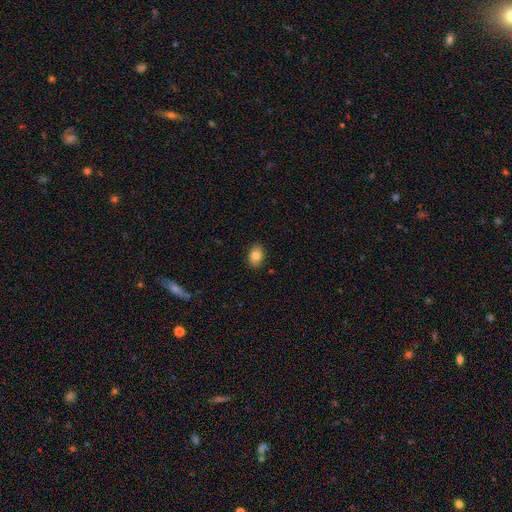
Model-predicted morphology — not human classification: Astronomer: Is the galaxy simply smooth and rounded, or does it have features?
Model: smooth — 82%.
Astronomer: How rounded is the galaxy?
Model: in between — 76%.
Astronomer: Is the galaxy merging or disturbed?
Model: none — 87%.